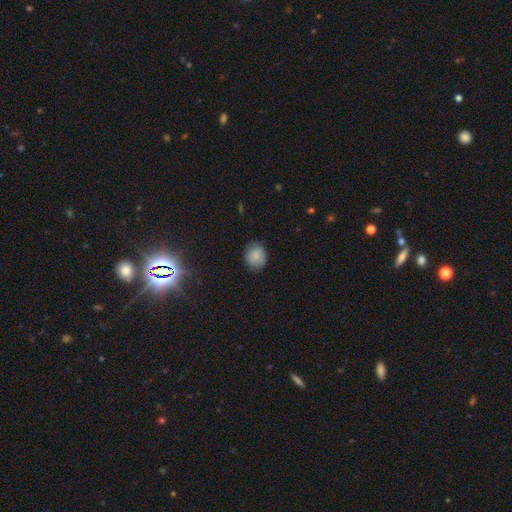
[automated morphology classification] Smooth or featured: smooth — 81% (featured or disk — 10%)
How rounded: round — 76% (in between — 23%)
Merging: none — 78% (minor disturbance — 17%)